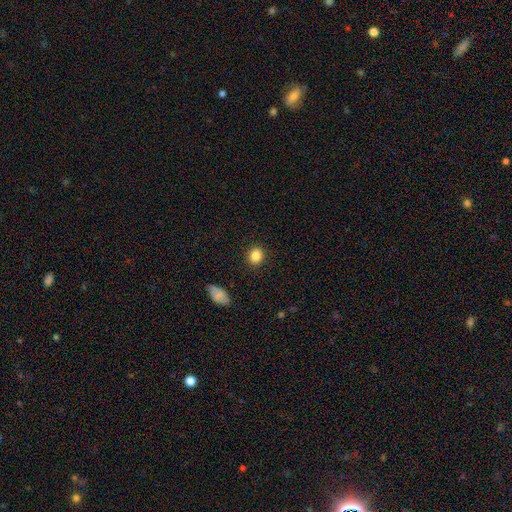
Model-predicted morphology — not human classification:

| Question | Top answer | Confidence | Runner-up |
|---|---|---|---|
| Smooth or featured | smooth | 85% | star or artifact (10%) |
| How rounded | round | 78% | in between (21%) |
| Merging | none | 90% | minor disturbance (6%) |